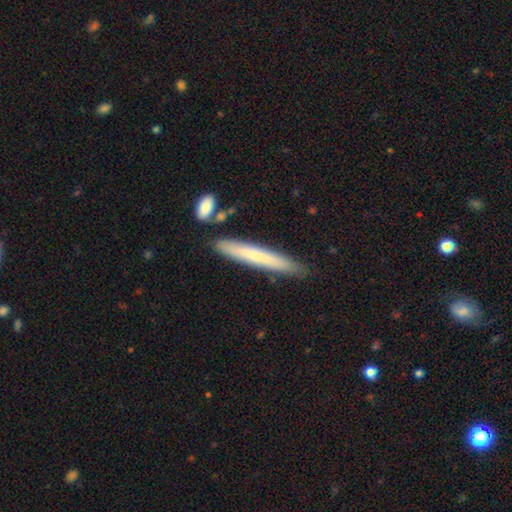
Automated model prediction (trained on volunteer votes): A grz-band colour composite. It shows a smooth galaxy with no disk features (66%) that is cigar-shaped (95%). Merging: none (82%).